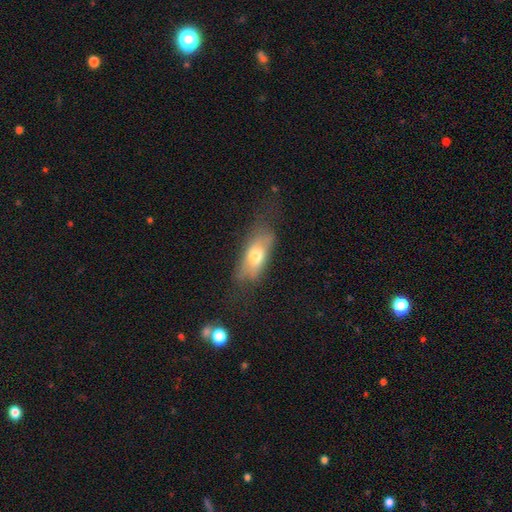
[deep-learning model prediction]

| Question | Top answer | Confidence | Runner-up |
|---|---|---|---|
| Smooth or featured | smooth | 65% | featured or disk (27%) |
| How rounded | in between | 80% | cigar-shaped (16%) |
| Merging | none | 52% | minor disturbance (28%) |